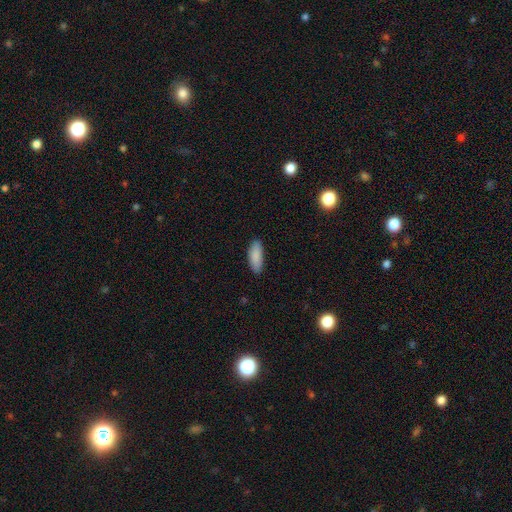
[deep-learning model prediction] This appears to be a smooth galaxy with no disk features (89%) that is in between round and cigar-shaped (73%). Merging: none (86%).